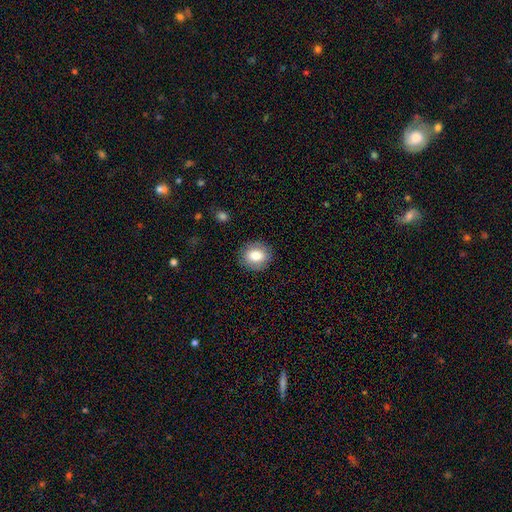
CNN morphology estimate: Q: Smooth or featured?
A: smooth (79%); runner-up: featured or disk (13%)
Q: How rounded?
A: round (70%); runner-up: in between (29%)
Q: Merging?
A: none (87%); runner-up: minor disturbance (9%)